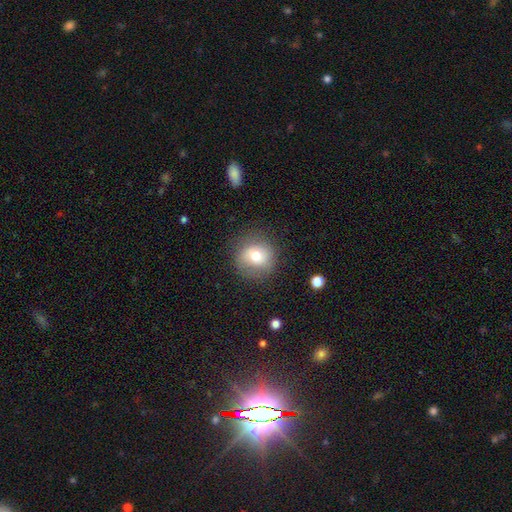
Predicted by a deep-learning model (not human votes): Q: Smooth or featured?
A: smooth (69%); runner-up: featured or disk (21%)
Q: How rounded?
A: round (89%); runner-up: in between (10%)
Q: Merging?
A: none (78%); runner-up: minor disturbance (14%)